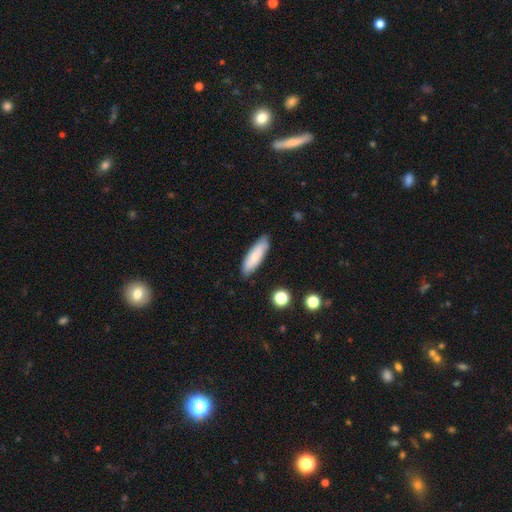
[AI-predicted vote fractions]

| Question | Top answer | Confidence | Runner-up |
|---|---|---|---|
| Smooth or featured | smooth | 76% | featured or disk (17%) |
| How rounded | cigar-shaped | 52% | in between (47%) |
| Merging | none | 83% | minor disturbance (13%) |